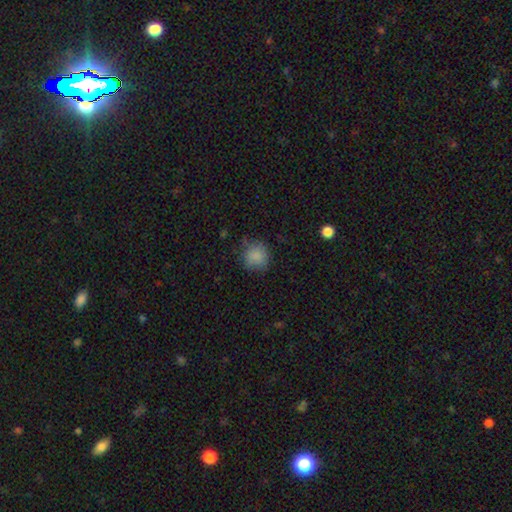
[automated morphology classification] Overall: smooth (84%). How rounded: round (86%). Merging: none (73%).